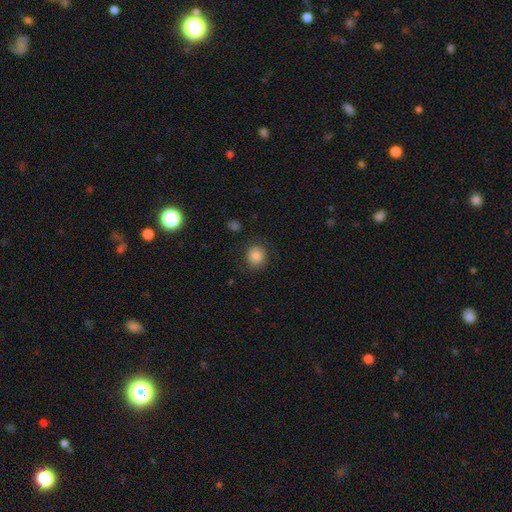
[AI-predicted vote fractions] Smooth or featured?
  - smooth: 86% *
  - star or artifact: 10%
  - featured or disk: 4%
How rounded?
  - round: 81% *
  - in between: 18%
  - cigar-shaped: 1%
Merging?
  - none: 86% *
  - minor disturbance: 9%
  - major disturbance: 3%
  - merger: 1%